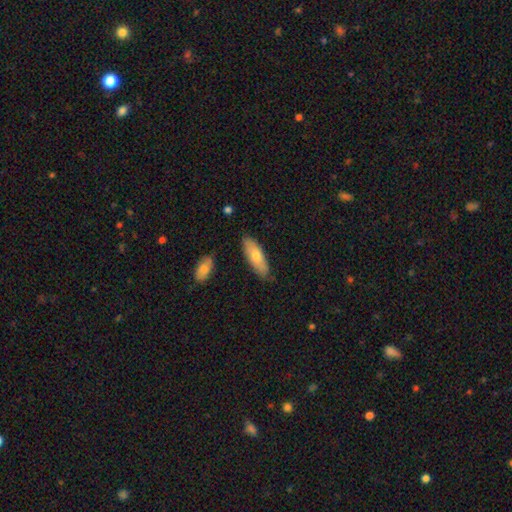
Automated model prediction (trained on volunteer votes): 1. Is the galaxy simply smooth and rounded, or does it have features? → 69% smooth, 25% featured or disk, 6% star or artifact.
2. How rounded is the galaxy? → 63% in between, 35% cigar-shaped, 2% round.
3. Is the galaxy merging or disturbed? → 83% none, 13% minor disturbance, 2% merger, 2% major disturbance.